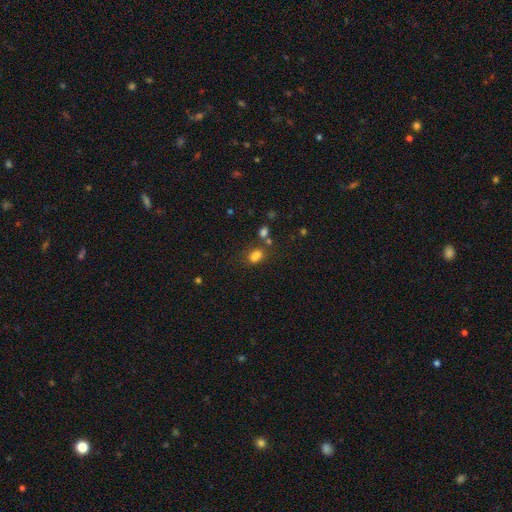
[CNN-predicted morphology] This is likely a smooth galaxy (74%). How rounded: likely in between (71%). Merging: possibly none (47%).